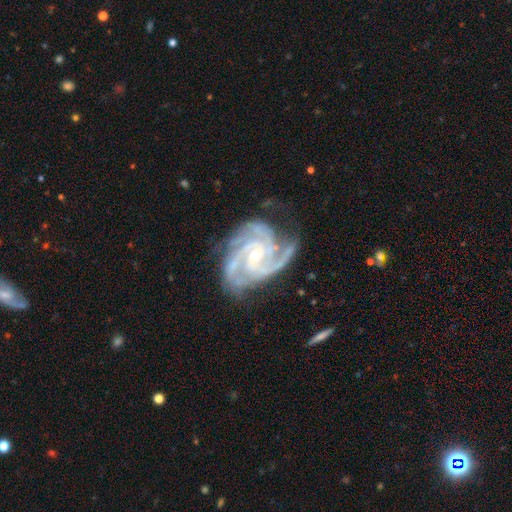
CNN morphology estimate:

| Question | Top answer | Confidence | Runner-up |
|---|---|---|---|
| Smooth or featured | featured or disk | 94% | star or artifact (4%) |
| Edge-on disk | no | 98% | yes (2%) |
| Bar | no | 56% | weak (33%) |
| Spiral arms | yes | 99% | no (1%) |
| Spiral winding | tight | 60% | medium (36%) |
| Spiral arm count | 3 | 46% | 4 (30%) |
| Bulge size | small | 64% | moderate (33%) |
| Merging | none | 66% | minor disturbance (23%) |